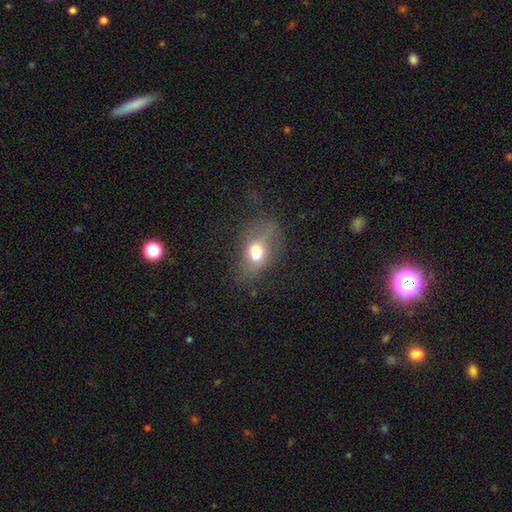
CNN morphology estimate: Smooth or featured? smooth (59%)
How rounded? in between (79%)
Merging? none (39%)